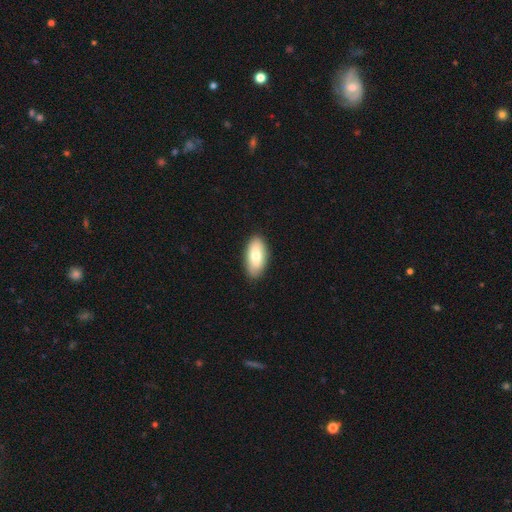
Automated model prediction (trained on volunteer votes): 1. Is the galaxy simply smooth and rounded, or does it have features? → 75% smooth, 20% featured or disk, 6% star or artifact.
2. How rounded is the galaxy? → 91% in between, 6% cigar-shaped, 3% round.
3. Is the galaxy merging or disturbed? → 88% none, 9% minor disturbance, 2% major disturbance, 1% merger.